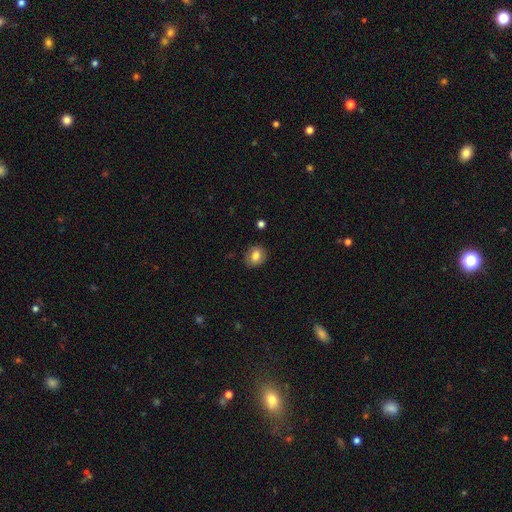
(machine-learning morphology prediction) Smooth or featured: smooth — 78% (featured or disk — 13%)
How rounded: round — 57% (in between — 42%)
Merging: none — 86% (minor disturbance — 10%)